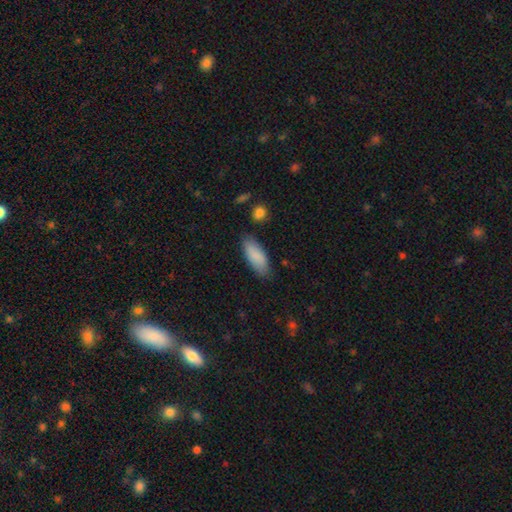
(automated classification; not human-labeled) This is clearly a smooth galaxy (87%). How rounded: likely in between (75%). Merging: clearly none (81%).